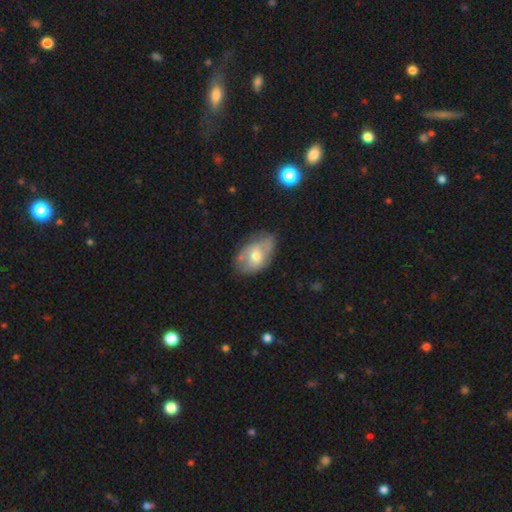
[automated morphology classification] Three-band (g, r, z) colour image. It shows a smooth galaxy with no disk features (49%). Merging: none (56%).